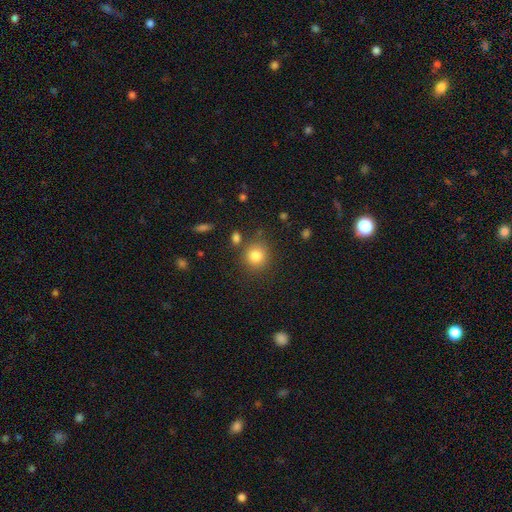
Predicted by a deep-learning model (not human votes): smooth 83%, star or artifact 11%, featured or disk 6%. Down the decision tree: how rounded — round (87%); merging — none (81%).